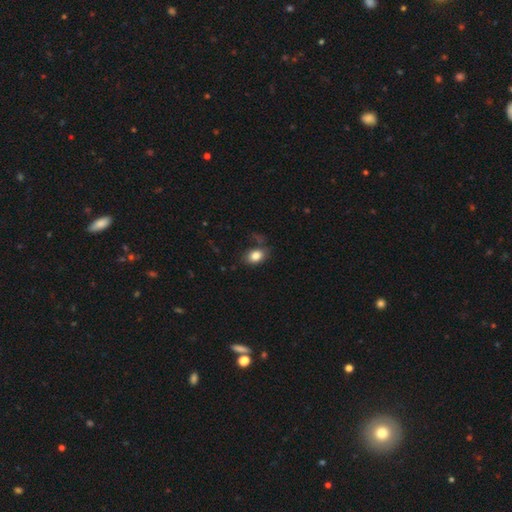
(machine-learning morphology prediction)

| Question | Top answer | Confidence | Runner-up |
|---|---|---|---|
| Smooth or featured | smooth | 84% | star or artifact (9%) |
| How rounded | in between | 78% | round (21%) |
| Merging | none | 72% | minor disturbance (18%) |